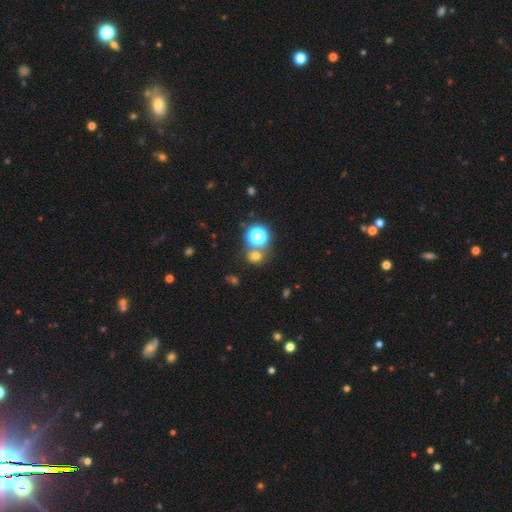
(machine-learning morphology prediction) Smooth or featured: smooth — 64% (star or artifact — 29%)
How rounded: round — 76% (in between — 23%)
Merging: none — 70% (merger — 17%)